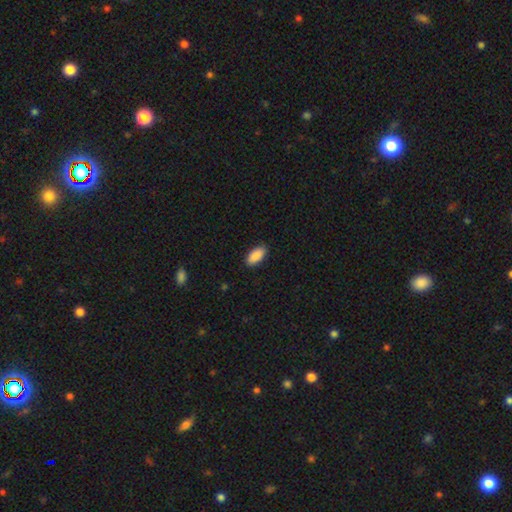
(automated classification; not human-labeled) Smooth or featured? Predicted: smooth (p=0.90). How rounded? Predicted: in between (p=0.91). Merging? Predicted: none (p=0.88).